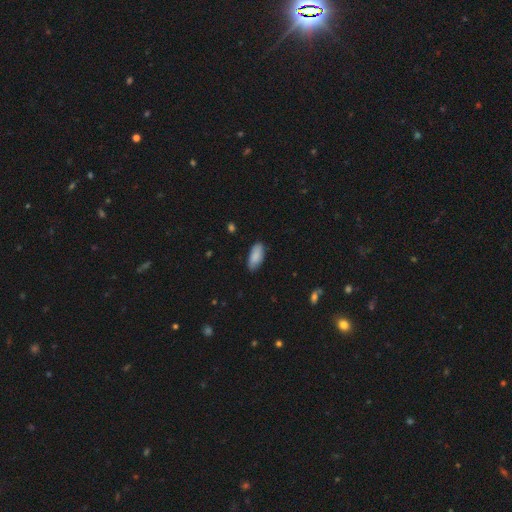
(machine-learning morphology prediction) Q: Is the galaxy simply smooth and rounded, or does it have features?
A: smooth — 88%.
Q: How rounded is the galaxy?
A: in between — 87%.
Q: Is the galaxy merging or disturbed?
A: none — 84%.